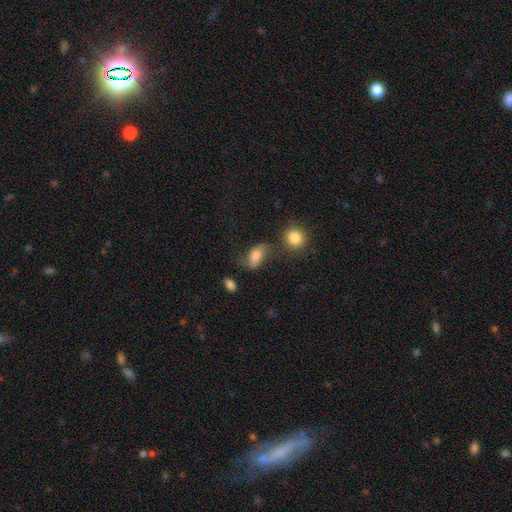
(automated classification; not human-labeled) A smooth galaxy with no disk features (55%) that is in between round and cigar-shaped (83%).

Vote fractions:
- Smooth or featured? smooth: 55% / featured or disk: 34% / star or artifact: 11%
- How rounded? in between: 83% / round: 14% / cigar-shaped: 4%
- Merging? none: 51% / minor disturbance: 24% / major disturbance: 15% / merger: 11%